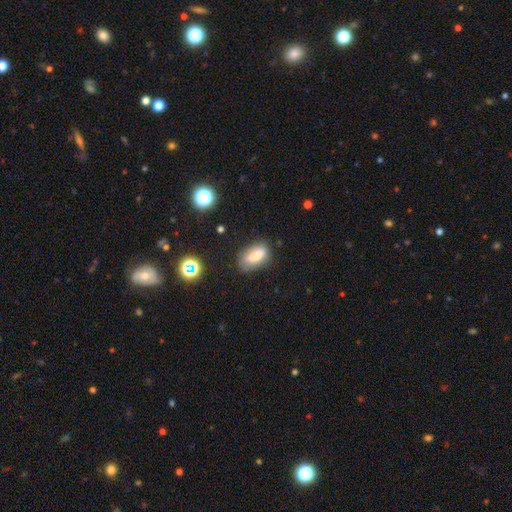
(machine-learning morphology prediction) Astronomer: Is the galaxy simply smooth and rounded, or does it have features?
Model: smooth — 80%.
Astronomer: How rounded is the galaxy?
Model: in between — 89%.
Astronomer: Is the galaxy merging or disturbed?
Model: none — 67%.